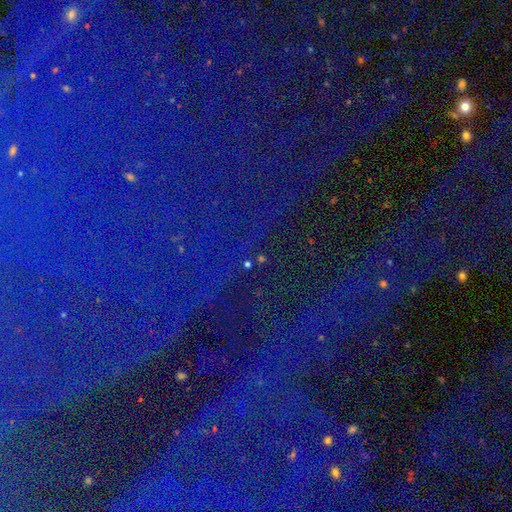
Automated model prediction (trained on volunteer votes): Smooth or featured? Predicted: star or artifact (p=0.88).